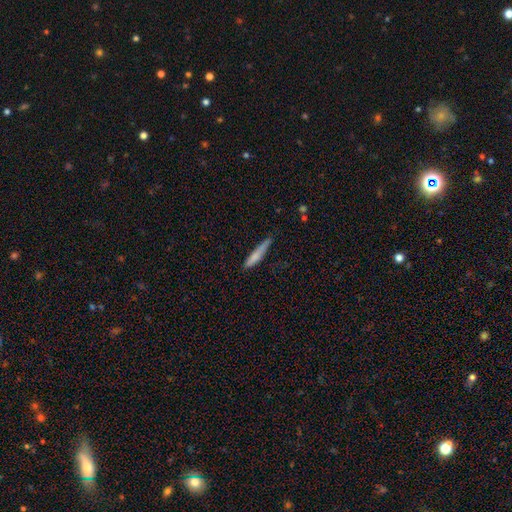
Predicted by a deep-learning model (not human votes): Overall: smooth (73%). How rounded: cigar-shaped (92%). Merging: none (70%).